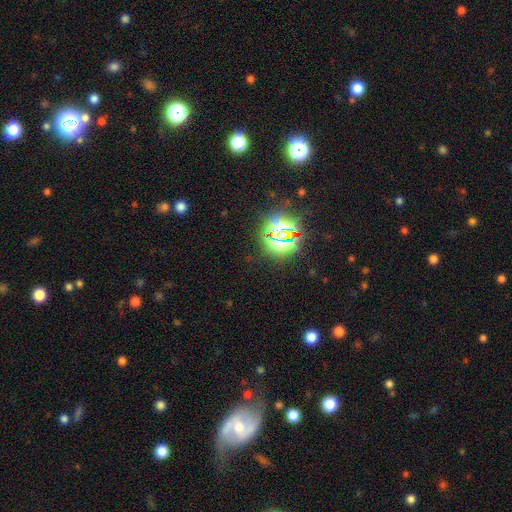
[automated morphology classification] This appears to be a star or artifact, not a galaxy (75%).